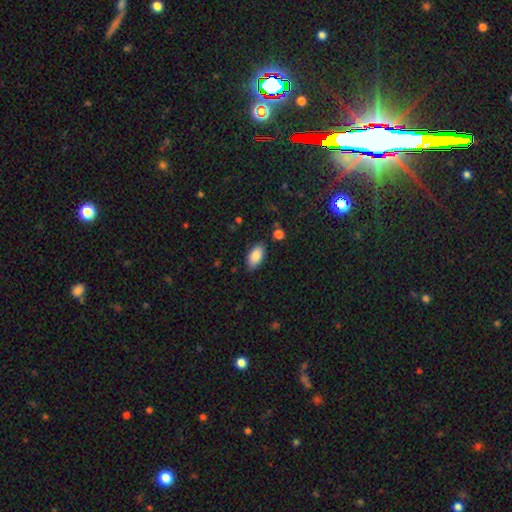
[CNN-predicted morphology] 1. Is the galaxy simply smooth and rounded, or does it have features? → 85% smooth, 8% featured or disk, 7% star or artifact.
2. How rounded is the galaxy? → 93% in between, 4% cigar-shaped, 3% round.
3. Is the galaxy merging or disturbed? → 84% none, 11% minor disturbance, 2% major disturbance, 2% merger.